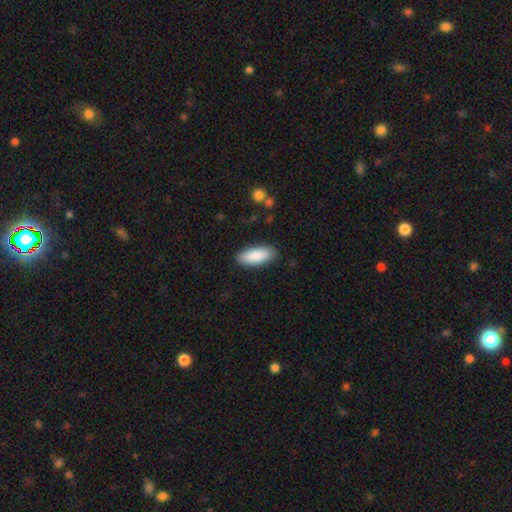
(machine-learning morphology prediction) Q: Smooth or featured?
A: smooth (89%); runner-up: featured or disk (6%)
Q: How rounded?
A: in between (83%); runner-up: cigar-shaped (15%)
Q: Merging?
A: none (87%); runner-up: minor disturbance (9%)